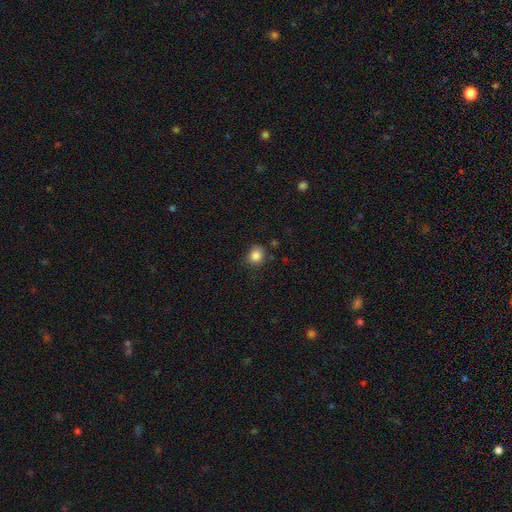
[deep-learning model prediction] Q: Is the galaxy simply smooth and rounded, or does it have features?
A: smooth — 85%.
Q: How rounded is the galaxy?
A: round — 73%.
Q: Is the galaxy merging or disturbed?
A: none — 77%.